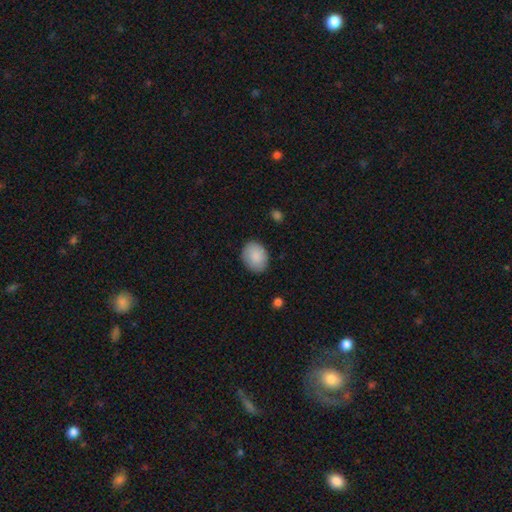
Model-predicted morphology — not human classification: smooth 87%, star or artifact 6%, featured or disk 6%. Down the decision tree: how rounded — in between (57%); merging — none (83%).